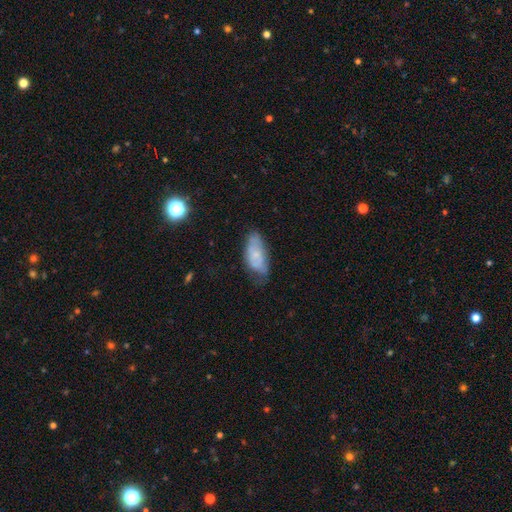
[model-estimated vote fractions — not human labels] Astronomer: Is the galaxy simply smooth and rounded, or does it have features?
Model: smooth — 54% (runner-up: featured or disk, 38%).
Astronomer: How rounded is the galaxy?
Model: in between — 88%.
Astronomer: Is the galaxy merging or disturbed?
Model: none — 49% (runner-up: minor disturbance, 34%).